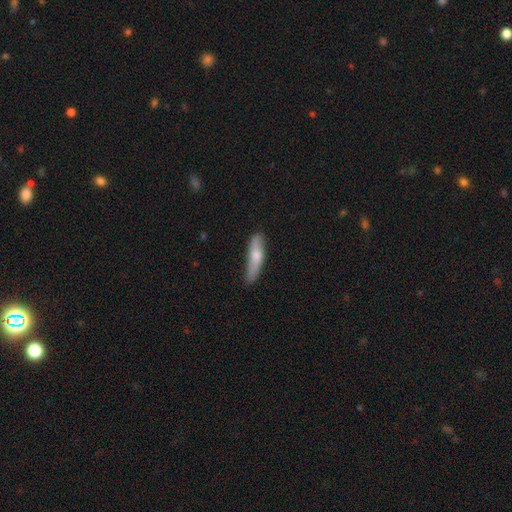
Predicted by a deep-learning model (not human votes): Smooth or featured?
  - smooth: 66% *
  - featured or disk: 29%
  - star or artifact: 5%
How rounded?
  - cigar-shaped: 79% *
  - in between: 19%
  - round: 2%
Merging?
  - none: 73% *
  - minor disturbance: 22%
  - major disturbance: 4%
  - merger: 2%